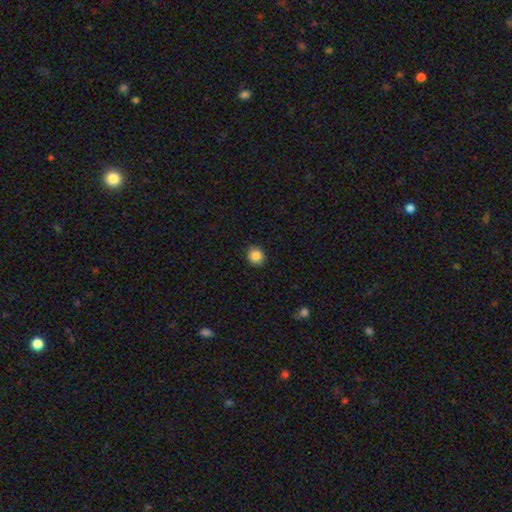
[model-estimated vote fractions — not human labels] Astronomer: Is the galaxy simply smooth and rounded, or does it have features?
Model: smooth — 86%.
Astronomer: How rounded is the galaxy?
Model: round — 78%.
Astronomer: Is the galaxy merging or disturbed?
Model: none — 91%.